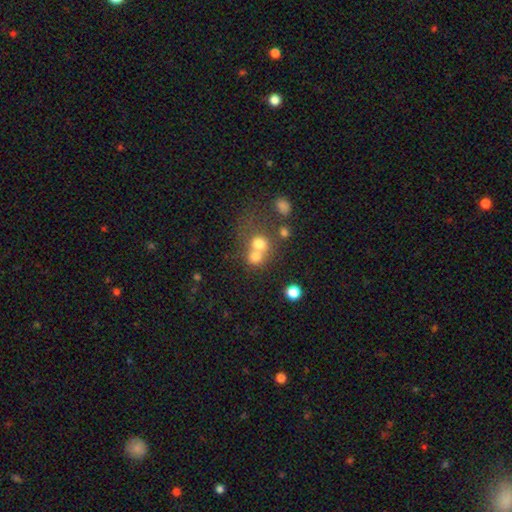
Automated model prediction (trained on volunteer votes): Q: Smooth or featured?
A: smooth (54%); runner-up: star or artifact (25%)
Q: How rounded?
A: round (77%); runner-up: in between (21%)
Q: Merging?
A: merger (52%); runner-up: none (35%)